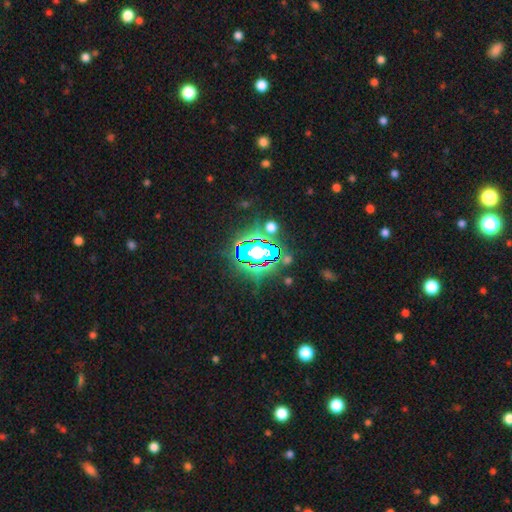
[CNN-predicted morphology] A star or artifact, not a galaxy (83%).

Vote fractions:
- Smooth or featured? star or artifact: 83% / smooth: 10% / featured or disk: 7%